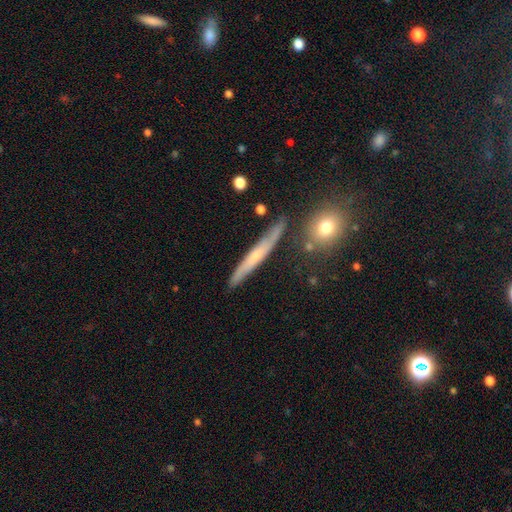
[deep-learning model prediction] A featured or disk galaxy (55%) viewed edge-on (89%). Merging: none (81%).